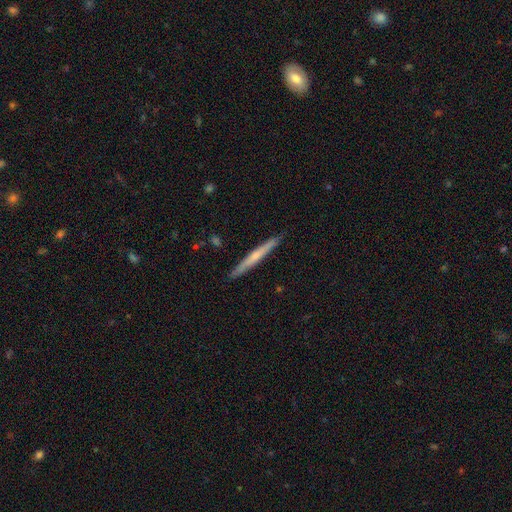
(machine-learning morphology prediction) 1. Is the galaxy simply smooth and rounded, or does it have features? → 53% featured or disk, 41% smooth, 6% star or artifact.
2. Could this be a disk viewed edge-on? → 97% yes, 3% no.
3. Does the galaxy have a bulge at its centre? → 49% none, 46% rounded, 5% boxy.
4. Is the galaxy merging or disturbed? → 90% none, 7% minor disturbance, 1% major disturbance, 1% merger.